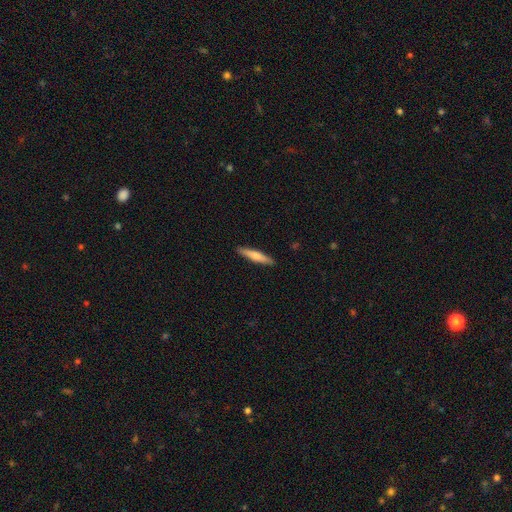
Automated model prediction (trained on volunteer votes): Overall: smooth (63%; featured or disk 31%). How rounded: cigar-shaped (89%). Merging: none (91%).